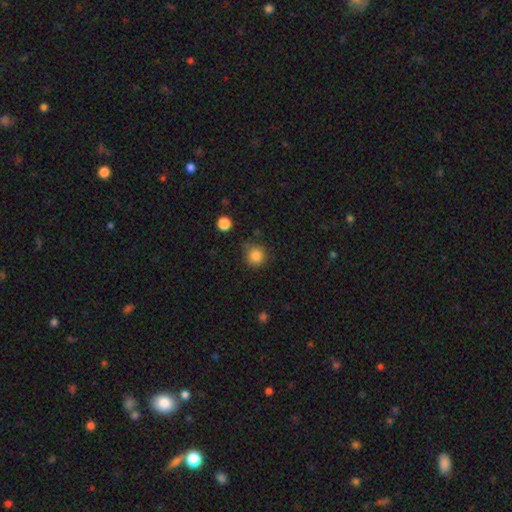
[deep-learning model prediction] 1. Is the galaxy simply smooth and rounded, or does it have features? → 85% smooth, 11% star or artifact, 4% featured or disk.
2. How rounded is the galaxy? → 92% round, 7% in between, 1% cigar-shaped.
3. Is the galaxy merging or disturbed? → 79% none, 14% minor disturbance, 4% major disturbance, 3% merger.